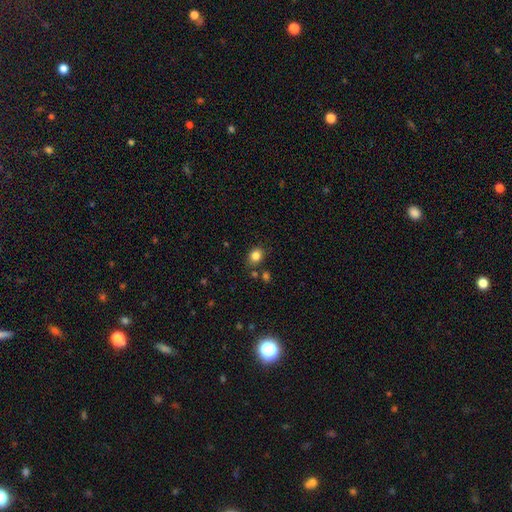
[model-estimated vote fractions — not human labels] Smooth or featured? smooth (84%)
How rounded? round (52%)
Merging? none (80%)